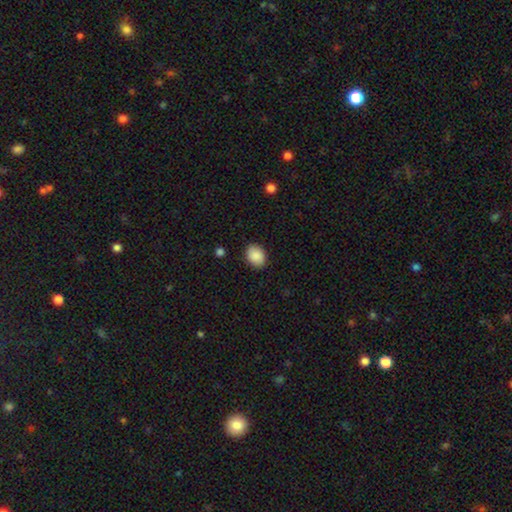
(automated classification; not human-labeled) Smooth or featured? smooth (88%)
How rounded? in between (58%)
Merging? none (86%)